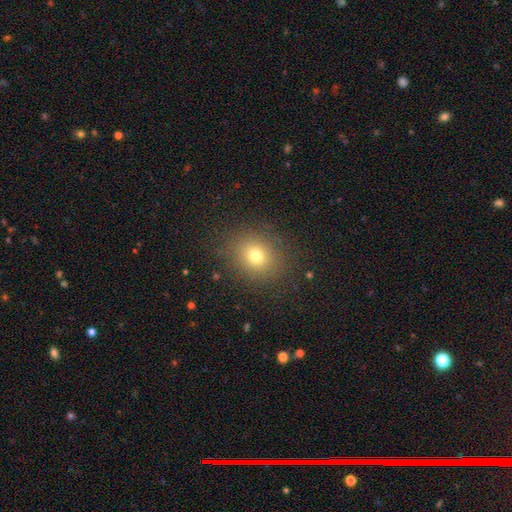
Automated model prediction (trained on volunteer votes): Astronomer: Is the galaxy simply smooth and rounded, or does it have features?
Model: smooth — 74%.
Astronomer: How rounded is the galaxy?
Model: round — 67%.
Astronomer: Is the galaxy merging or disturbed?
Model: none — 86%.